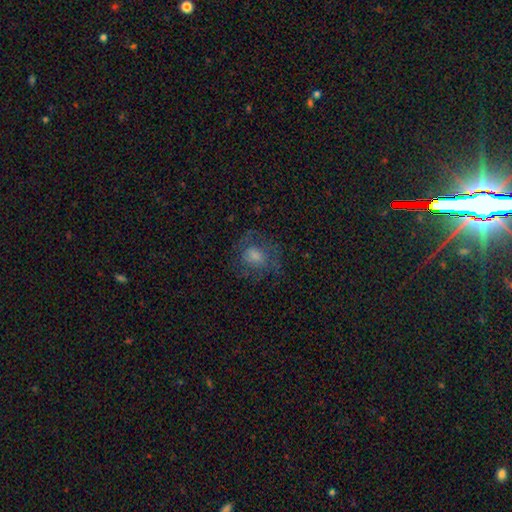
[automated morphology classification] Q: Smooth or featured?
A: smooth (45%); runner-up: featured or disk (37%)
Q: Merging?
A: none (66%); runner-up: minor disturbance (17%)